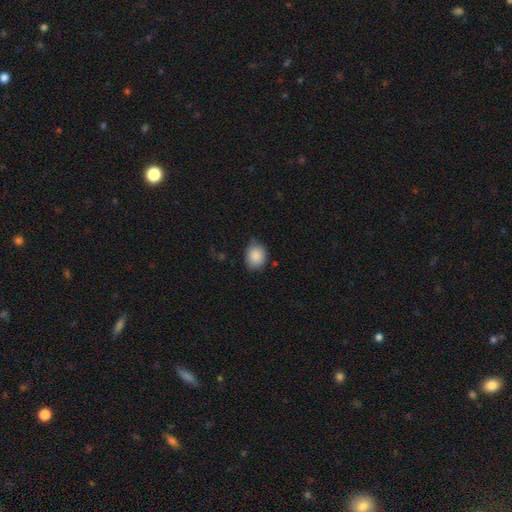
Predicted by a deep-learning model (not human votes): Smooth or featured? Predicted: smooth (p=0.88). How rounded? Predicted: round (p=0.50). Merging? Predicted: none (p=0.72).